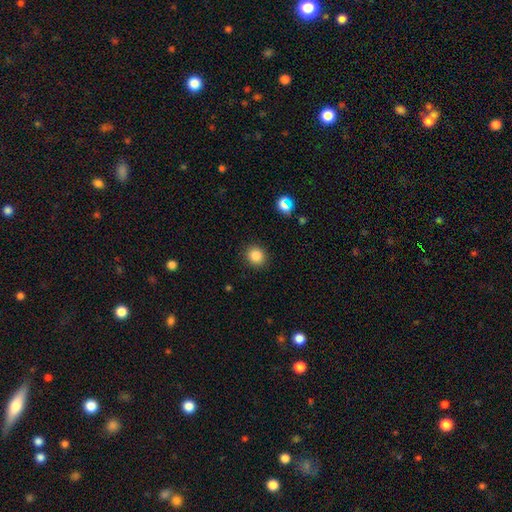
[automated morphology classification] smooth-or-featured: smooth: 84% | star or artifact: 11% | featured or disk: 5%
  how-rounded: round: 85% | in between: 14% | cigar-shaped: 1%
  merging: none: 91% | minor disturbance: 6% | major disturbance: 2% | merger: 1%